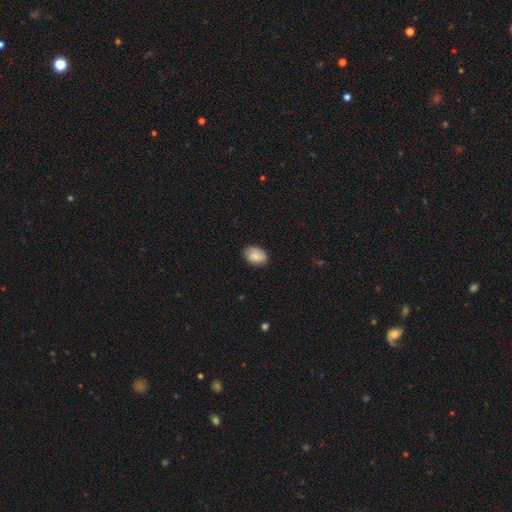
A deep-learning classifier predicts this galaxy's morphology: This is clearly a smooth galaxy (85%). How rounded: clearly in between (84%). Merging: likely none (79%).